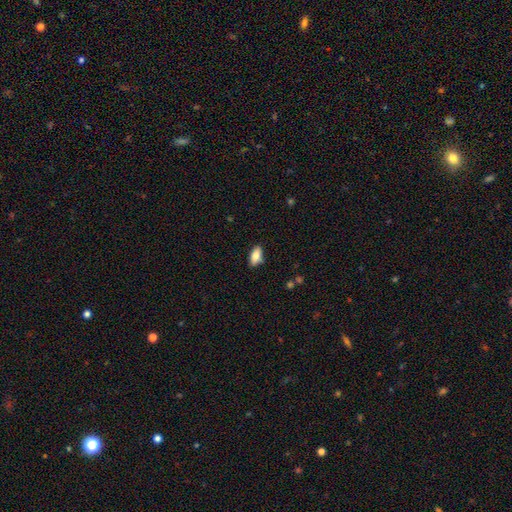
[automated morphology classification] Smooth or featured?
  - smooth: 81% *
  - featured or disk: 12%
  - star or artifact: 7%
How rounded?
  - in between: 89% *
  - cigar-shaped: 7%
  - round: 3%
Merging?
  - none: 83% *
  - minor disturbance: 13%
  - major disturbance: 2%
  - merger: 2%